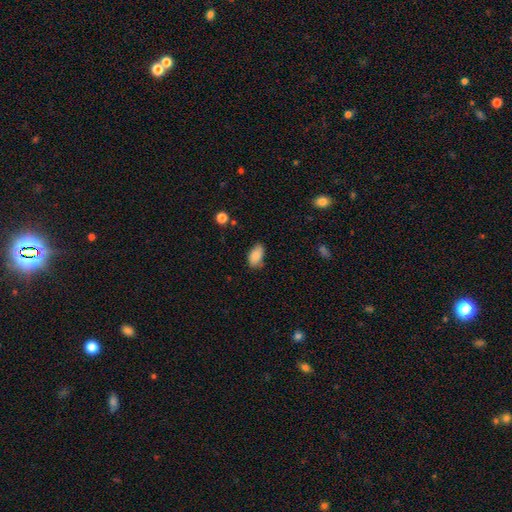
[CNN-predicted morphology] smooth 86%, star or artifact 8%, featured or disk 6%. Down the decision tree: how rounded — in between (93%); merging — none (67%).